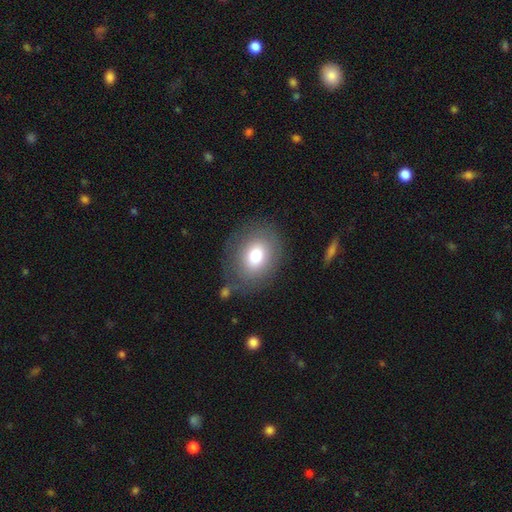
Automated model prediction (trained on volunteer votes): smooth-or-featured: smooth: 76% | featured or disk: 15% | star or artifact: 9%
  how-rounded: in between: 55% | round: 44% | cigar-shaped: 1%
  merging: none: 77% | minor disturbance: 14% | major disturbance: 6% | merger: 3%